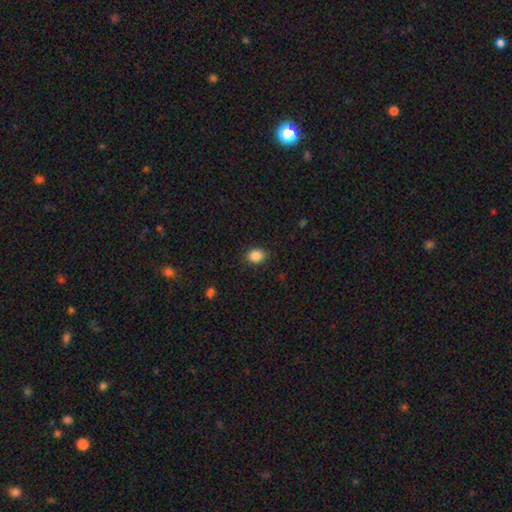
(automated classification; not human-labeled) smooth_or_featured: smooth (p=0.87) [alt: star or artifact p=0.09]
how_rounded: round (p=0.51) [alt: in between p=0.48]
merging: none (p=0.86) [alt: minor disturbance p=0.10]